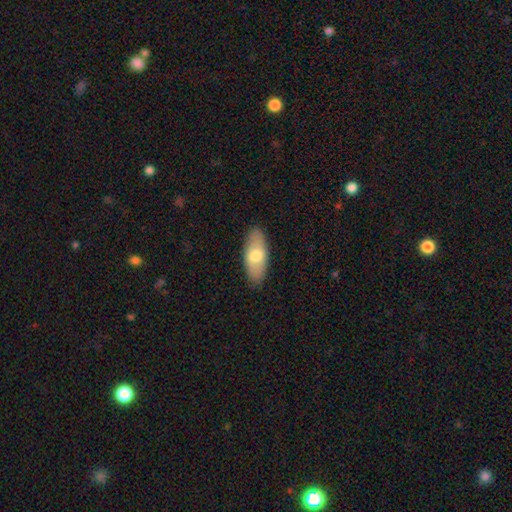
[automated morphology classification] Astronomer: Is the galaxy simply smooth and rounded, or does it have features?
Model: smooth — 70%.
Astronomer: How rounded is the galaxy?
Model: in between — 84%.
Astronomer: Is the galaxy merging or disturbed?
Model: none — 88%.